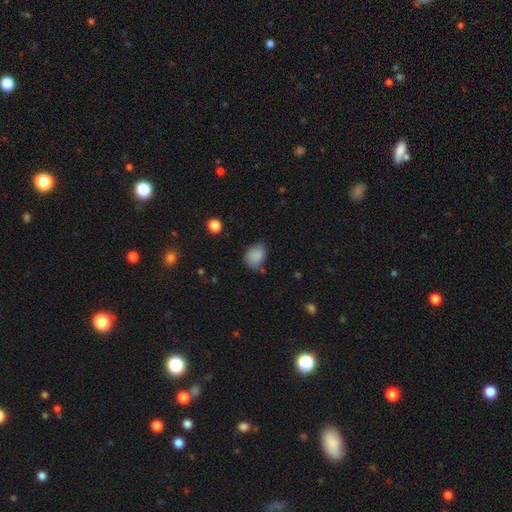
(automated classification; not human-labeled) smooth_or_featured: smooth (p=0.85) [alt: star or artifact p=0.09]
how_rounded: in between (p=0.57) [alt: round p=0.42]
merging: none (p=0.58) [alt: minor disturbance p=0.31]